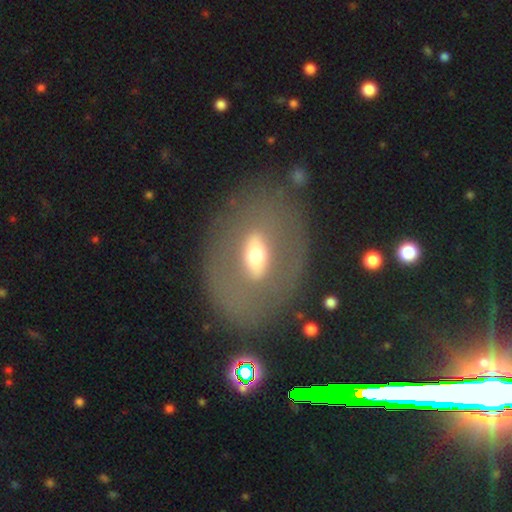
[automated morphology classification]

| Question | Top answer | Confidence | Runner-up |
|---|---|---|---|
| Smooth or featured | featured or disk | 58% | smooth (34%) |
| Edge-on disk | no | 85% | yes (15%) |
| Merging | none | 76% | minor disturbance (13%) |